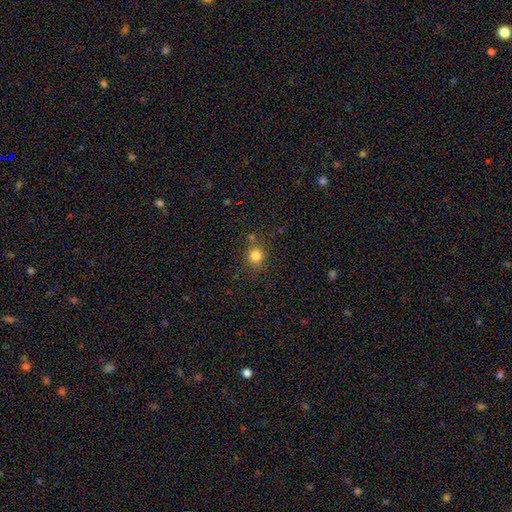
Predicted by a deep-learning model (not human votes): The model was most divided on "merging": none: 77%, minor disturbance: 12%, merger: 7%, major disturbance: 4%. More confident: how rounded — round (88%); smooth or featured — smooth (81%).